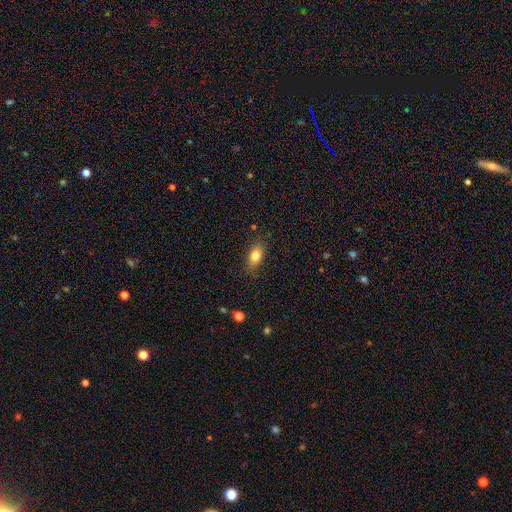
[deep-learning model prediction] The model was most divided on "merging": none: 80%, minor disturbance: 15%, major disturbance: 3%, merger: 1%. More confident: how rounded — in between (84%); smooth or featured — smooth (80%).